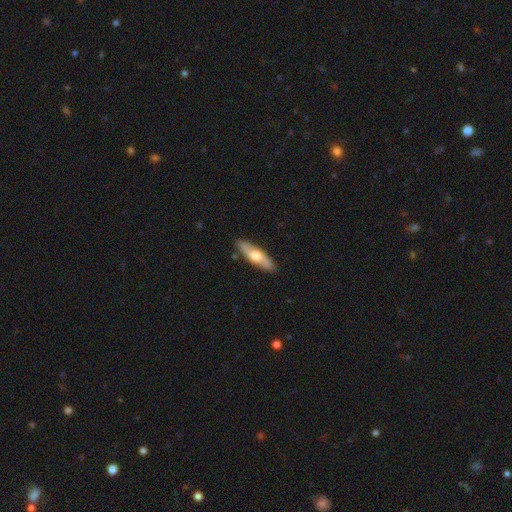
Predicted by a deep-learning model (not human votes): Smooth or featured?
  - smooth: 54% *
  - featured or disk: 41%
  - star or artifact: 5%
How rounded?
  - cigar-shaped: 62% *
  - in between: 36%
  - round: 2%
Merging?
  - none: 86% *
  - minor disturbance: 10%
  - major disturbance: 2%
  - merger: 2%